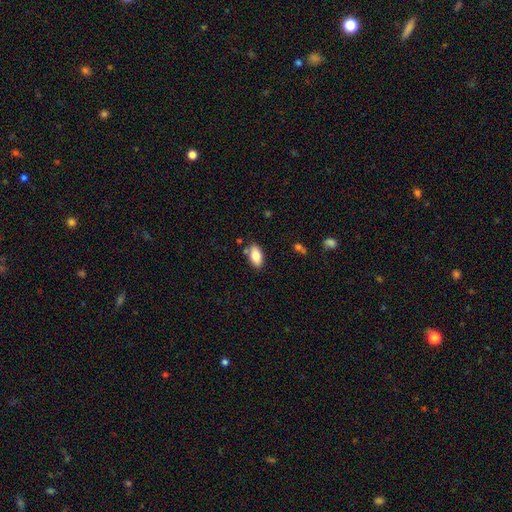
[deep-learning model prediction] smooth_or_featured: smooth (p=0.83) [alt: featured or disk p=0.10]
how_rounded: in between (p=0.93) [alt: cigar-shaped p=0.04]
merging: none (p=0.81) [alt: minor disturbance p=0.12]